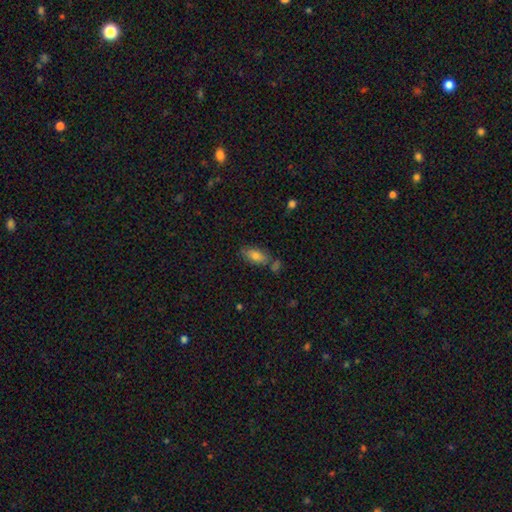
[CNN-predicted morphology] type=smooth (77%); roundness=in between (87%); merging=none (66%).